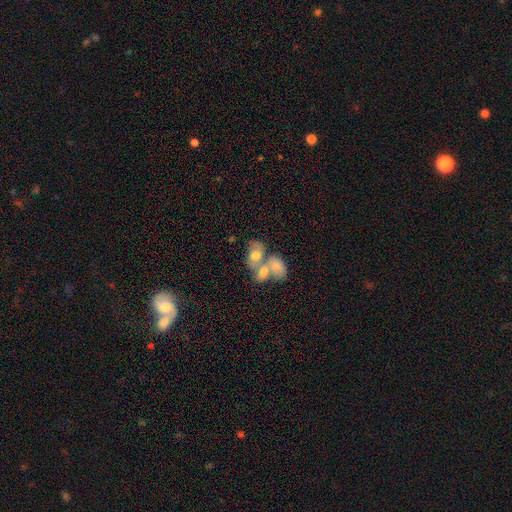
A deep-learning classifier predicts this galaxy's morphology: This appears to be a featured or disk galaxy (49%). Merging: merger (62%).